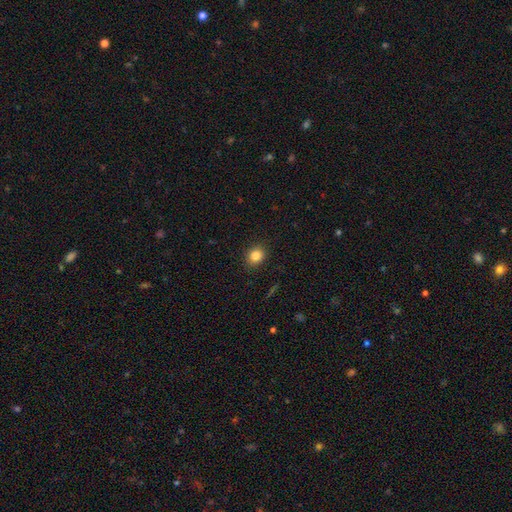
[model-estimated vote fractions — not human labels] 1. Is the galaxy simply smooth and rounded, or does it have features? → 84% smooth, 11% star or artifact, 5% featured or disk.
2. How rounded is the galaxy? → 69% round, 30% in between, 1% cigar-shaped.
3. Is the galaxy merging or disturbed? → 89% none, 8% minor disturbance, 2% major disturbance, 1% merger.